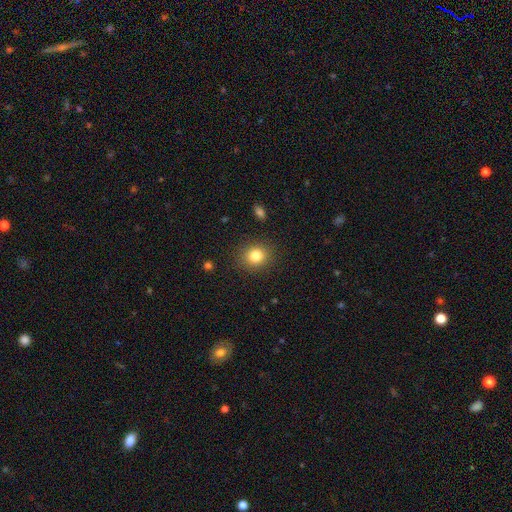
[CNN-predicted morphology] Smooth or featured? smooth (82%)
How rounded? round (73%)
Merging? none (88%)